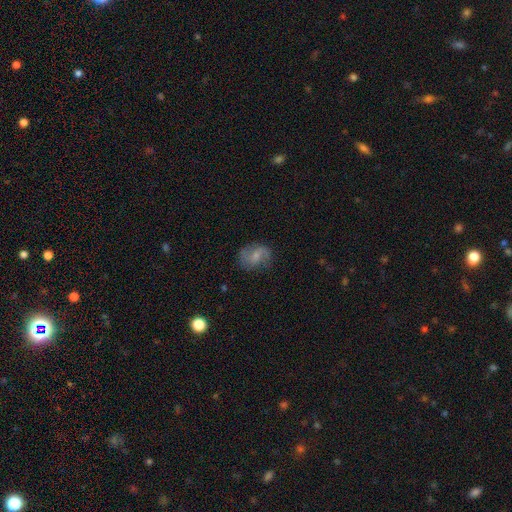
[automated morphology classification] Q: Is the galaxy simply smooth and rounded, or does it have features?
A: featured or disk — 53%.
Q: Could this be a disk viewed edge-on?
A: no — 97%.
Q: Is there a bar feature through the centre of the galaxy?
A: weak — 46%.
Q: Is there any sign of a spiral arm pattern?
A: yes — 86%.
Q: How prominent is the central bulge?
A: small — 47%.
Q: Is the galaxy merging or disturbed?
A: none — 70%.